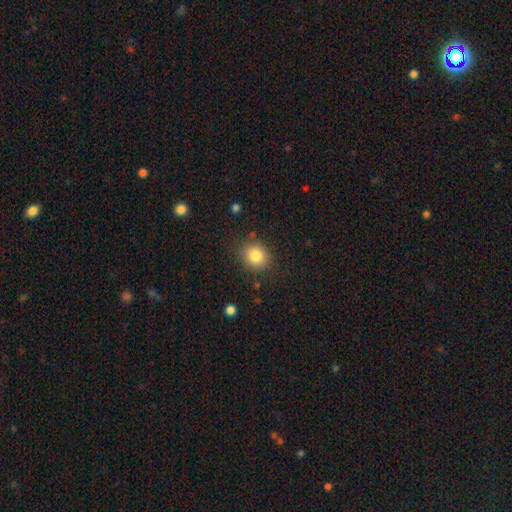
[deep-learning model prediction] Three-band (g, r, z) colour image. It shows a smooth galaxy with no disk features (83%) that is round (80%). Merging: none (84%).